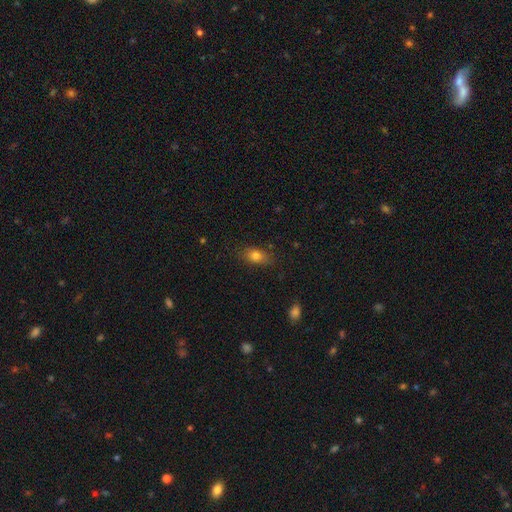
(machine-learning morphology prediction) Q: Smooth or featured?
A: smooth (79%); runner-up: featured or disk (11%)
Q: How rounded?
A: in between (81%); runner-up: round (12%)
Q: Merging?
A: none (82%); runner-up: minor disturbance (13%)